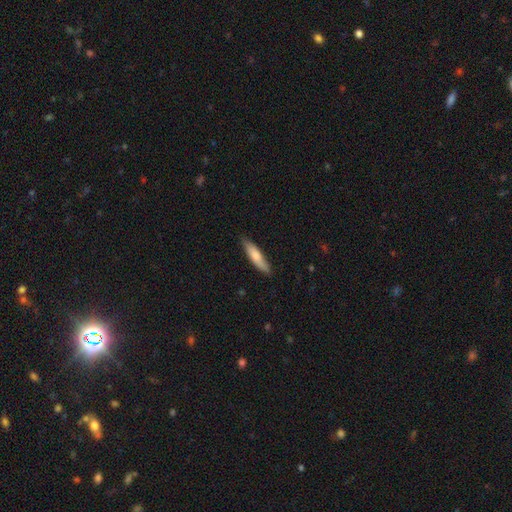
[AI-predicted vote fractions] Smooth or featured: smooth — 75% (featured or disk — 19%)
How rounded: cigar-shaped — 76% (in between — 23%)
Merging: none — 82% (minor disturbance — 15%)